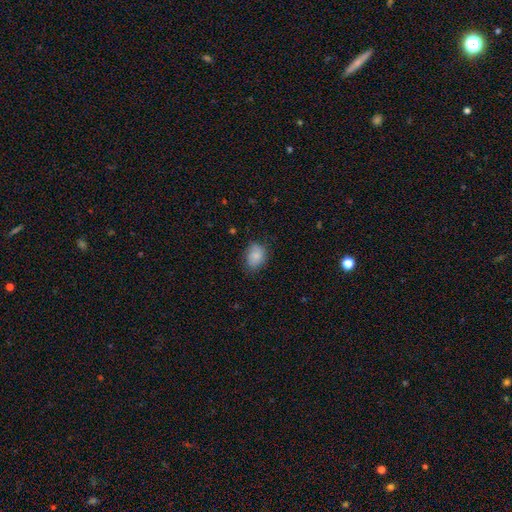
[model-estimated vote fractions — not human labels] smooth_or_featured: smooth (p=0.84) [alt: featured or disk p=0.08]
how_rounded: in between (p=0.65) [alt: round p=0.33]
merging: none (p=0.72) [alt: minor disturbance p=0.22]